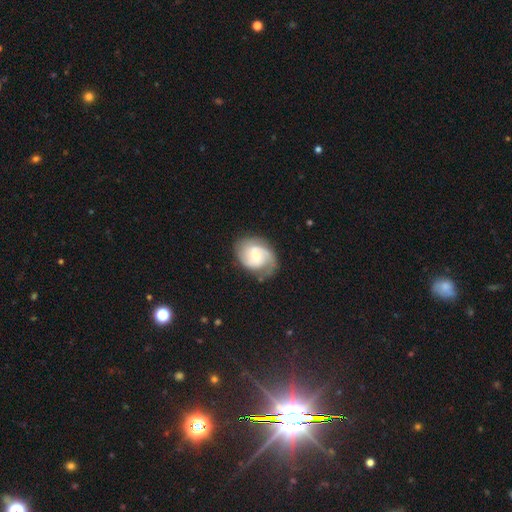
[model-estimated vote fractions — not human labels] A featured or disk galaxy (78%) with no bar (49%), 2 (72%) medium (44%) spiral arms (95%) and a moderate central bulge (53%). Merging: none (71%).